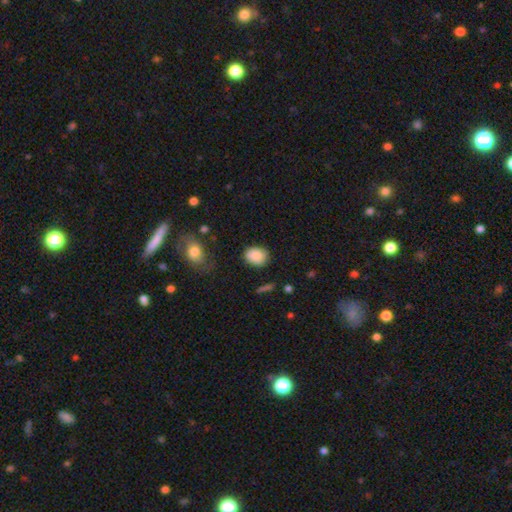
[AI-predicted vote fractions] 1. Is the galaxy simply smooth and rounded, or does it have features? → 87% smooth, 8% star or artifact, 5% featured or disk.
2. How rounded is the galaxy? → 50% round, 49% in between, 1% cigar-shaped.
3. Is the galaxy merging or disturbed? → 79% none, 15% minor disturbance, 4% major disturbance, 2% merger.